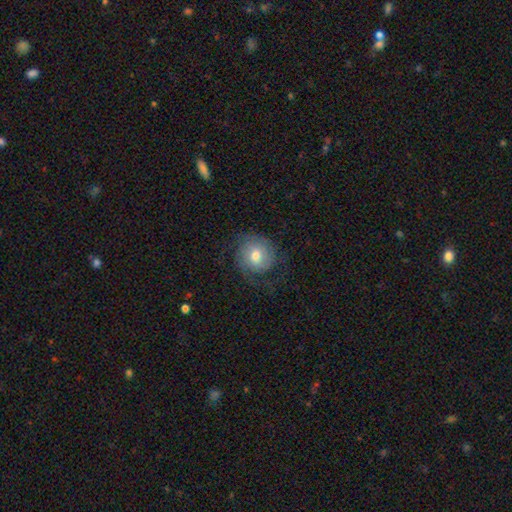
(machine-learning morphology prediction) This is possibly a smooth galaxy (49%). Merging: likely none (66%).